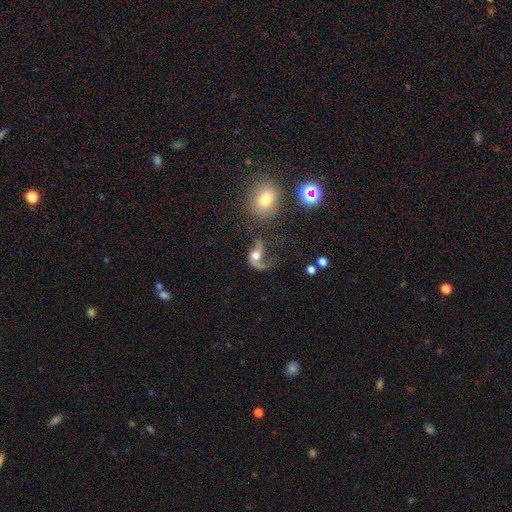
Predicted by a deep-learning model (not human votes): A featured or disk galaxy (78%) with no bar (61%), 2 (71%) loose (79%) spiral arms (91%) and a moderate central bulge (59%).

Vote fractions:
- Smooth or featured? featured or disk: 78% / smooth: 14% / star or artifact: 8%
- Edge-on disk? no: 97% / yes: 3%
- Bar? no: 61% / weak: 29% / strong: 10%
- Spiral arms? yes: 91% / no: 9%
- Spiral winding? loose: 79% / medium: 17% / tight: 4%
- Spiral arm count? 2: 71% / 1: 24% / can't tell: 2% / 3: 1% / 4: 1% / more than 4: 1%
- Bulge size? moderate: 59% / large: 19% / small: 15% / none: 3% / dominant: 3%
- Merging? none: 39% / major disturbance: 34% / minor disturbance: 16% / merger: 11%